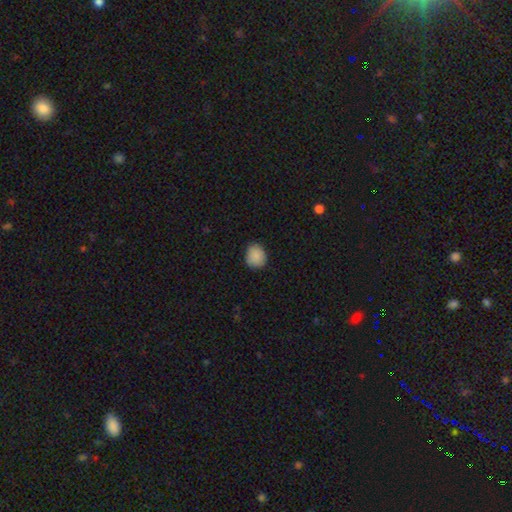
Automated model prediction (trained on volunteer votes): This is clearly a smooth galaxy (87%). How rounded: likely round (69%). Merging: clearly none (82%).